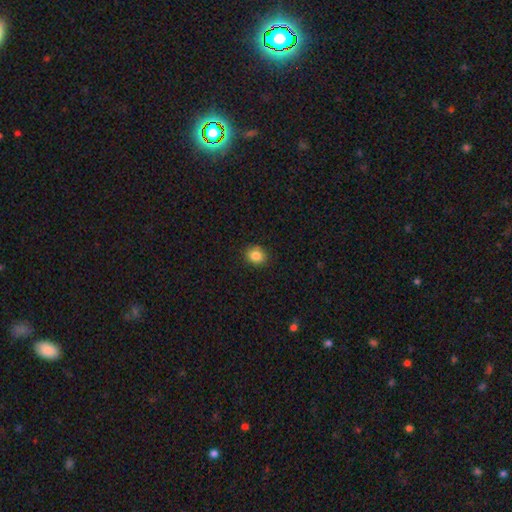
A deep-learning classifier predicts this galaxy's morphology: type=smooth (85%); roundness=round (67%); merging=none (89%).